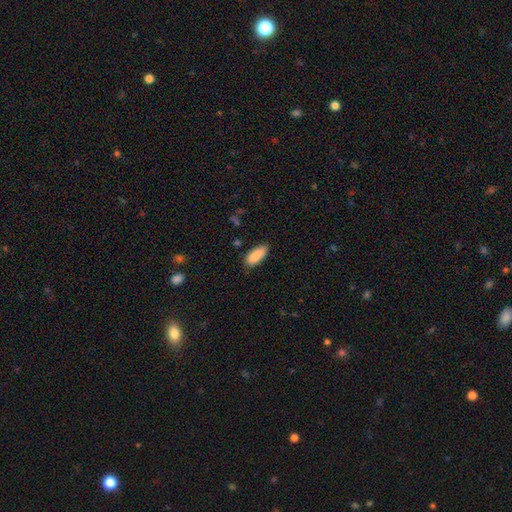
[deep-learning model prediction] Smooth or featured?
  - smooth: 89% *
  - star or artifact: 6%
  - featured or disk: 5%
How rounded?
  - in between: 84% *
  - cigar-shaped: 14%
  - round: 2%
Merging?
  - none: 77% *
  - minor disturbance: 19%
  - major disturbance: 3%
  - merger: 2%